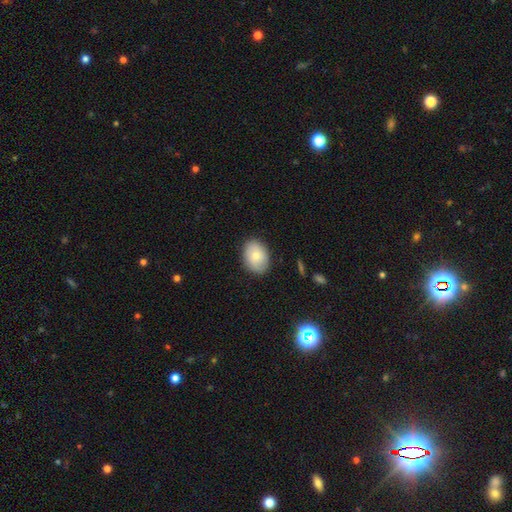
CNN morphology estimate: Q: Smooth or featured?
A: smooth (76%); runner-up: featured or disk (17%)
Q: How rounded?
A: in between (75%); runner-up: round (24%)
Q: Merging?
A: none (85%); runner-up: minor disturbance (11%)